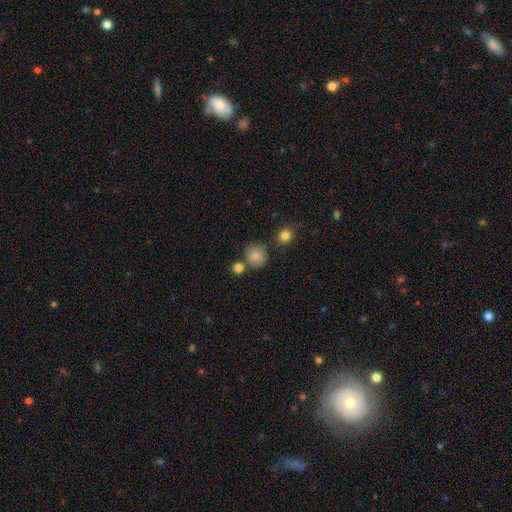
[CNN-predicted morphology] This appears to be a smooth galaxy with no disk features (83%) that is round (87%). Merging: none (67%).